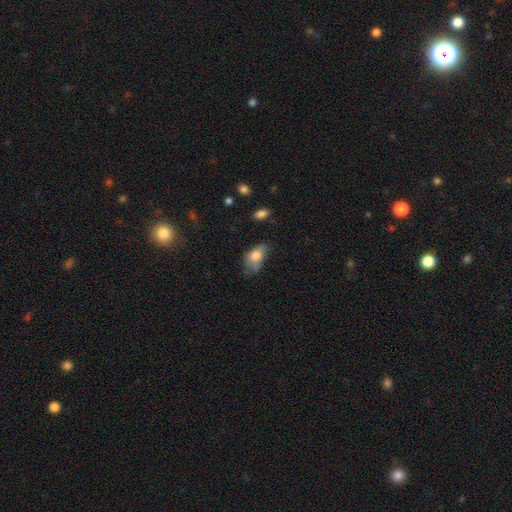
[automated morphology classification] This appears to be a smooth galaxy with no disk features (72%) that is in between round and cigar-shaped (87%). Merging: minor disturbance (38%).